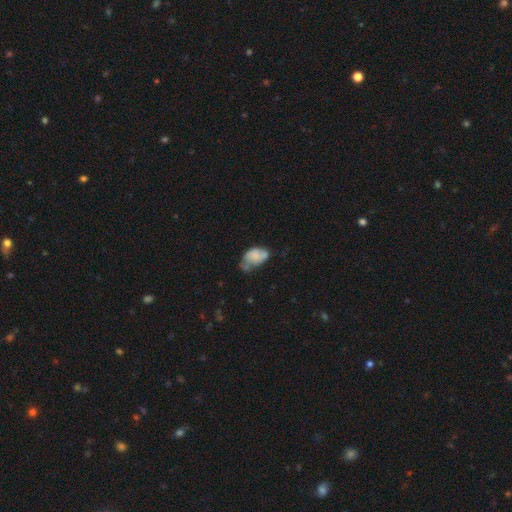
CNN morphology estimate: Smooth or featured? Predicted: smooth (p=0.62). How rounded? Predicted: in between (p=0.88). Merging? Predicted: minor disturbance (p=0.35).